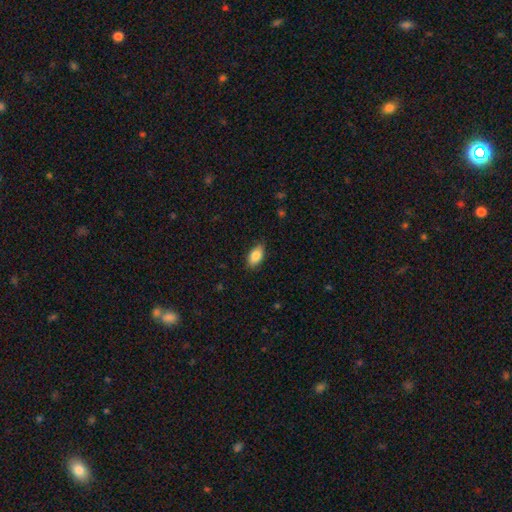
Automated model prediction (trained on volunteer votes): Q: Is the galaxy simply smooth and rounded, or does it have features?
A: smooth — 85%.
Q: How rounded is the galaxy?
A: in between — 91%.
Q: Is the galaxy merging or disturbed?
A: none — 84%.